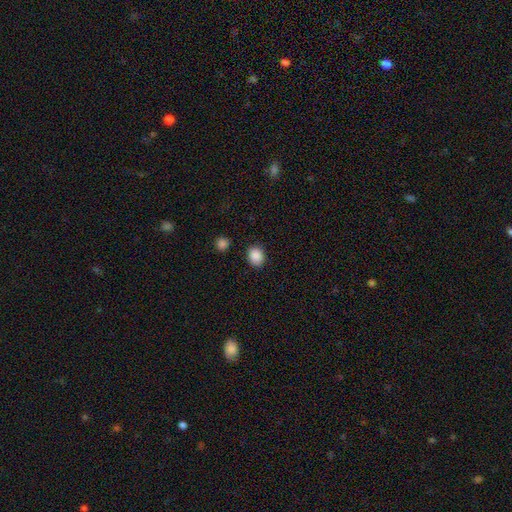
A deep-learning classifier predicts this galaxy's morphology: Smooth or featured?
  - smooth: 88% *
  - star or artifact: 8%
  - featured or disk: 3%
How rounded?
  - round: 51% *
  - in between: 48%
  - cigar-shaped: 1%
Merging?
  - none: 84% *
  - minor disturbance: 10%
  - major disturbance: 3%
  - merger: 3%